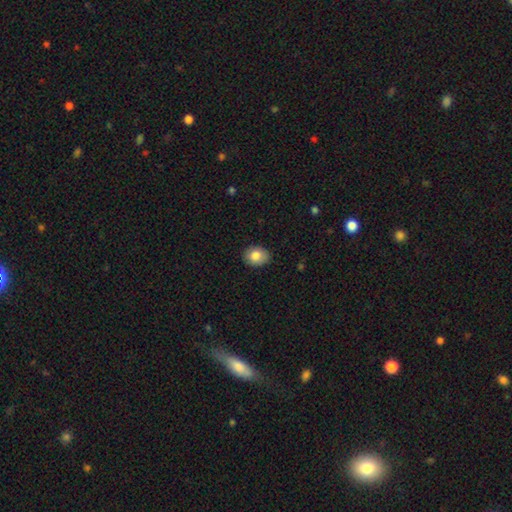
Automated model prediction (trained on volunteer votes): Overall: smooth (83%). How rounded: in between (58%; round 41%). Merging: none (86%).